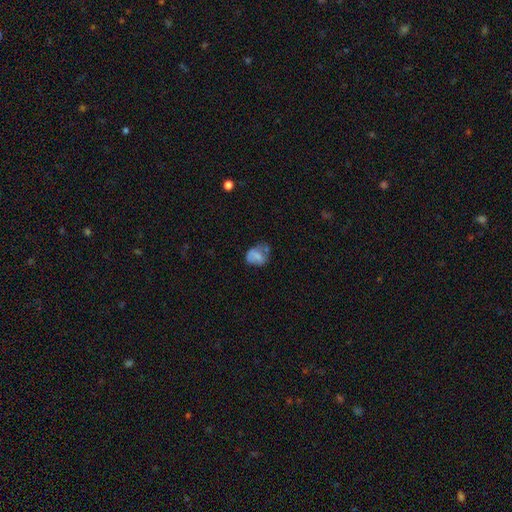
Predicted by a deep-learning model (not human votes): This appears to be a smooth galaxy with no disk features (58%) that is in between round and cigar-shaped (62%). Merging: none (37%).